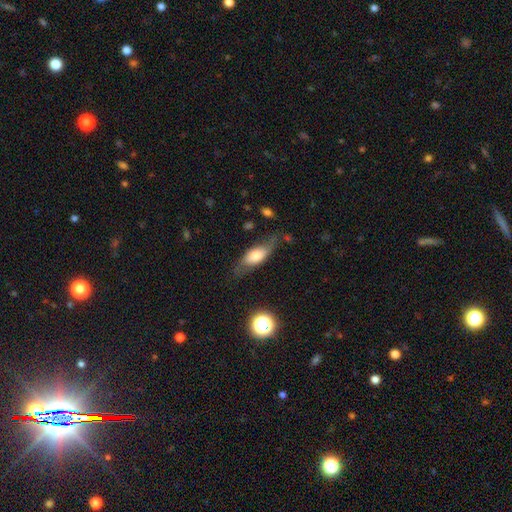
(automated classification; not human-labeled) Smooth or featured? Predicted: smooth (p=0.53). How rounded? Predicted: in between (p=0.73). Merging? Predicted: none (p=0.58).